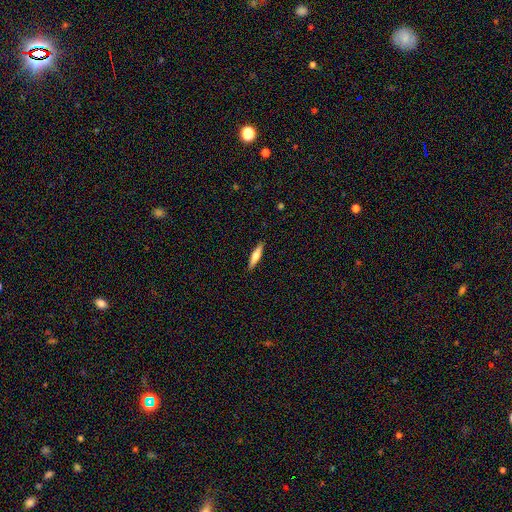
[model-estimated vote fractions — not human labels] This appears to be a smooth galaxy with no disk features (62%) that is cigar-shaped (82%). Merging: none (91%).